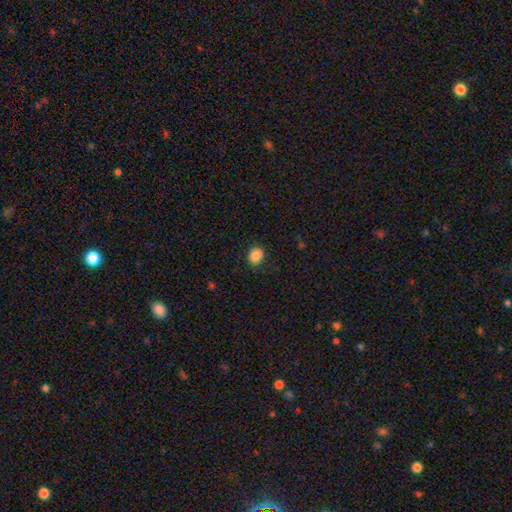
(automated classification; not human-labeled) smooth 84%, star or artifact 10%, featured or disk 6%. Down the decision tree: how rounded — round (64%); merging — none (81%).